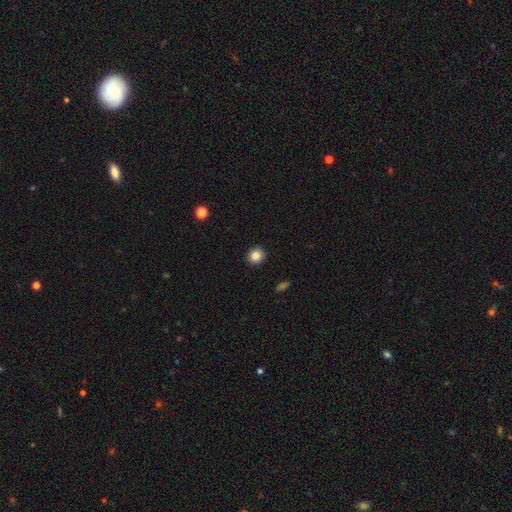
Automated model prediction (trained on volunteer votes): This is clearly a smooth galaxy (85%). How rounded: clearly round (84%). Merging: clearly none (92%).